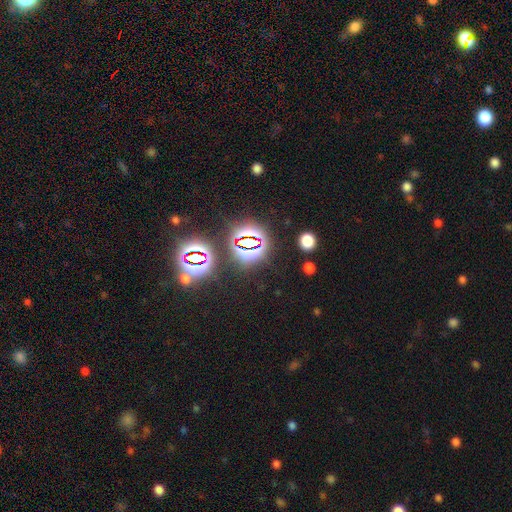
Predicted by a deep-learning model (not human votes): This appears to be a star or artifact, not a galaxy (78%).